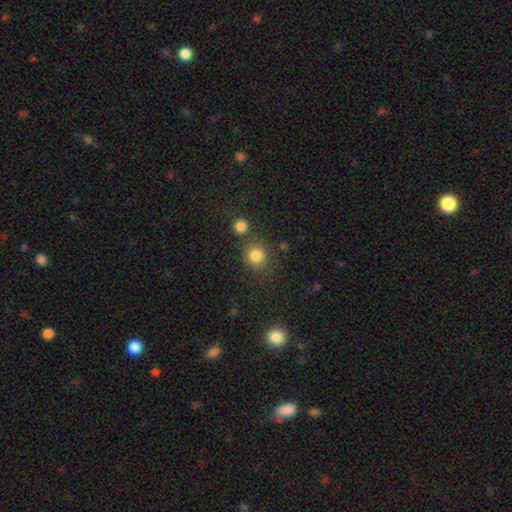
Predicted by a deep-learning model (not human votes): Overall: smooth (82%). How rounded: round (86%). Merging: none (71%).